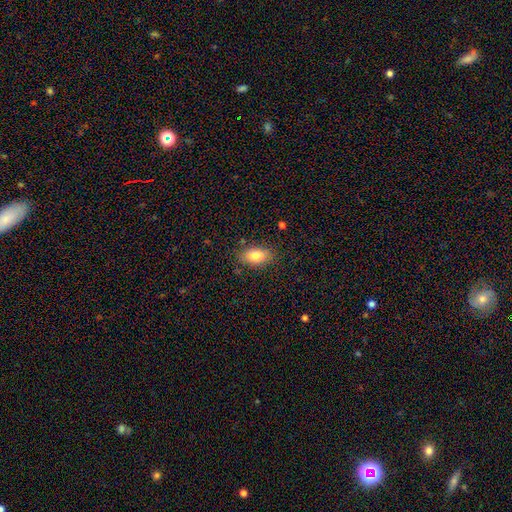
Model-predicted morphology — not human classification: type=smooth (81%); roundness=in between (90%); merging=none (83%).